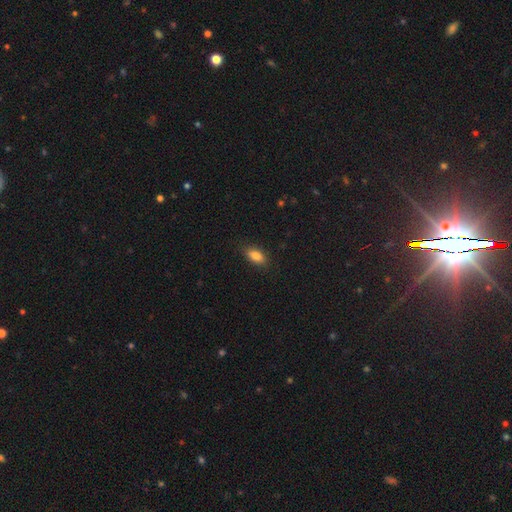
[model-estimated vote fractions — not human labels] Smooth or featured? smooth (85%)
How rounded? in between (87%)
Merging? none (85%)